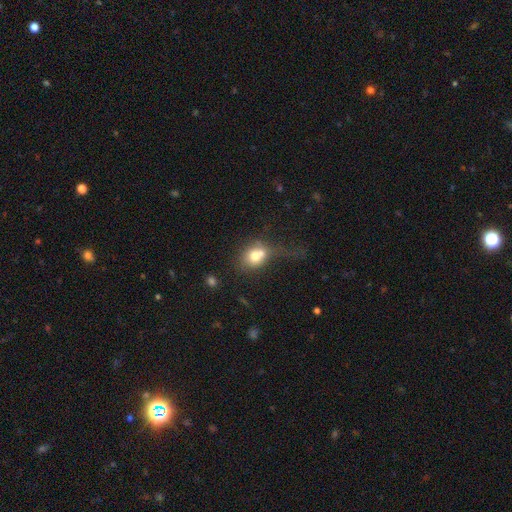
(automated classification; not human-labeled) The model was most divided on "merging": merger: 39%, none: 29%, major disturbance: 17%, minor disturbance: 15%. More confident: smooth or featured — smooth (70%); how rounded — round (57%).